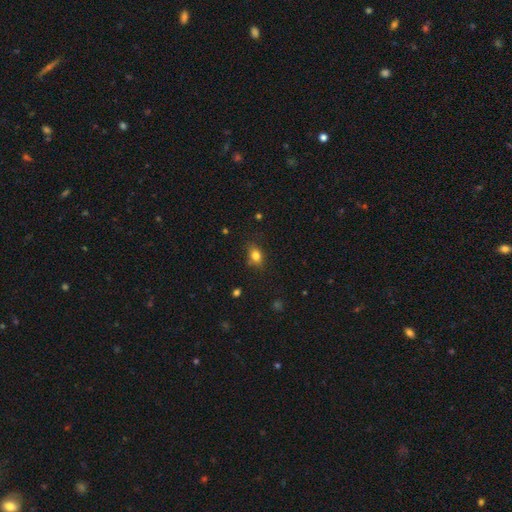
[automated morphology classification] Smooth or featured?
  - smooth: 80% *
  - star or artifact: 12%
  - featured or disk: 8%
How rounded?
  - in between: 67% *
  - round: 31%
  - cigar-shaped: 2%
Merging?
  - none: 73% *
  - minor disturbance: 19%
  - major disturbance: 5%
  - merger: 3%